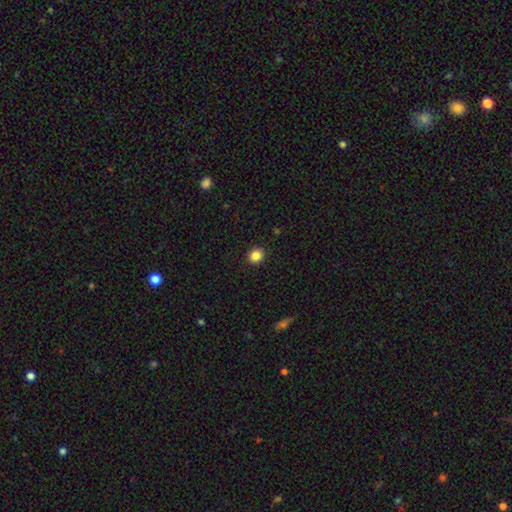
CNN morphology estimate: This appears to be a smooth galaxy with no disk features (85%) that is round (78%). Merging: none (92%).